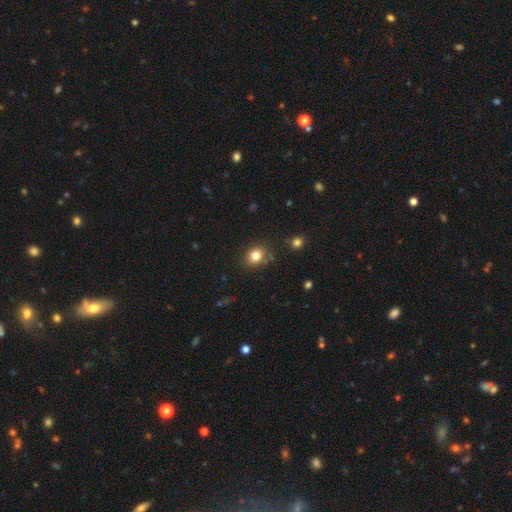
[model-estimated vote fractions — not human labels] smooth_or_featured: smooth (p=0.81) [alt: star or artifact p=0.12]
how_rounded: round (p=0.69) [alt: in between p=0.30]
merging: none (p=0.81) [alt: minor disturbance p=0.13]